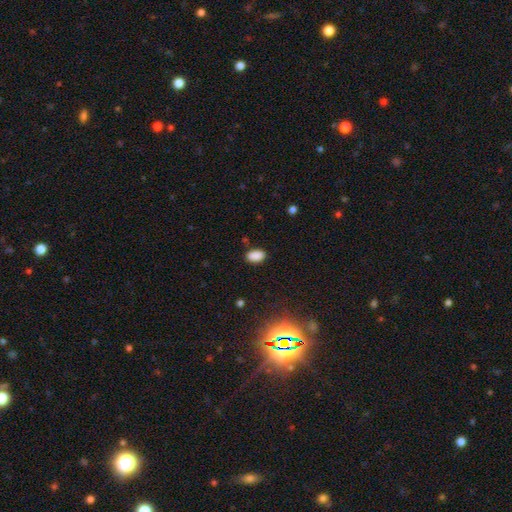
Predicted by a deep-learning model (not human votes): Smooth or featured?
  - smooth: 87% *
  - star or artifact: 10%
  - featured or disk: 3%
How rounded?
  - in between: 91% *
  - round: 7%
  - cigar-shaped: 2%
Merging?
  - none: 85% *
  - minor disturbance: 11%
  - major disturbance: 2%
  - merger: 2%